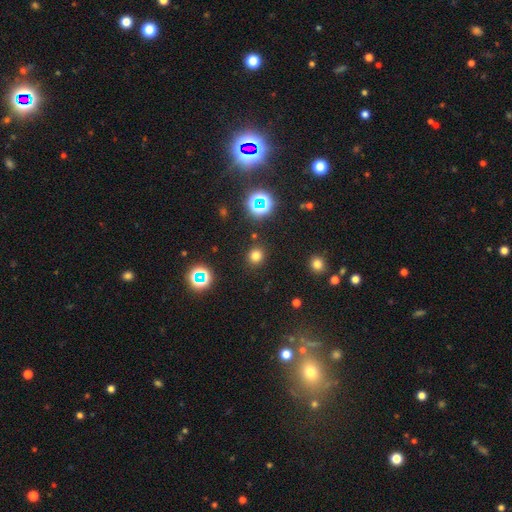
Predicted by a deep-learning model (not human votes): This is likely a smooth galaxy (73%). How rounded: clearly round (89%). Merging: clearly none (89%).